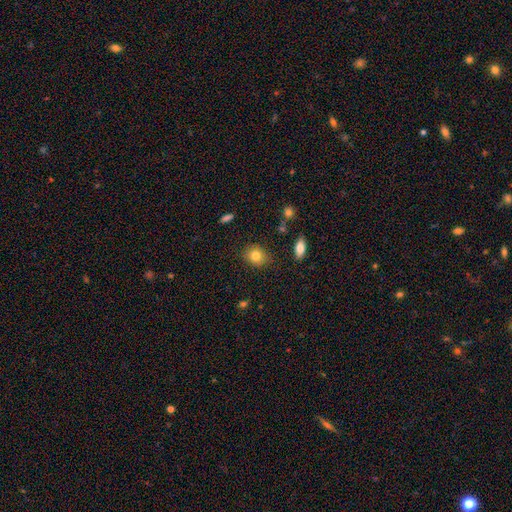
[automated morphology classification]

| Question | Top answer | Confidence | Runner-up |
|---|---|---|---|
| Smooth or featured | smooth | 81% | star or artifact (10%) |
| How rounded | round | 64% | in between (35%) |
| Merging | none | 86% | minor disturbance (10%) |